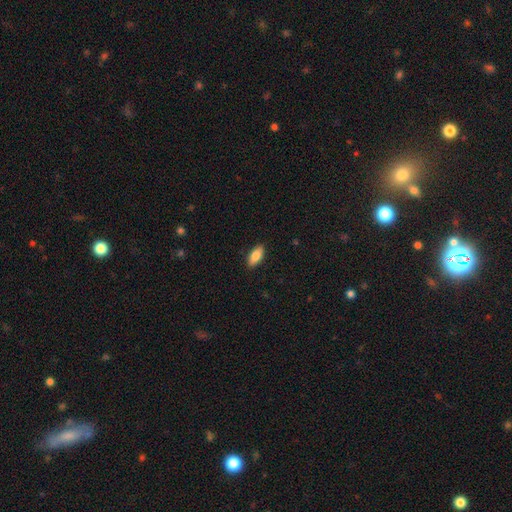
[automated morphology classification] type=smooth (84%); roundness=in between (86%); merging=none (89%).